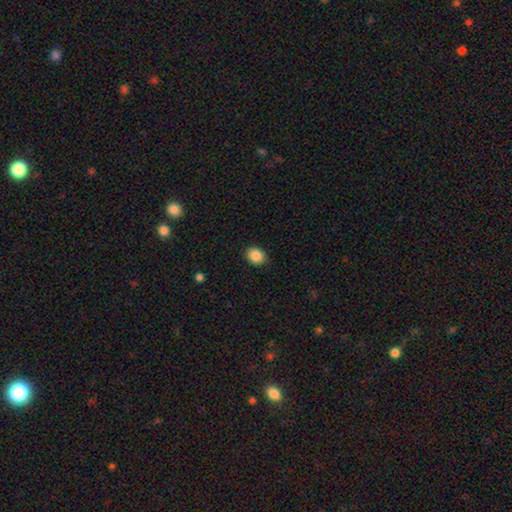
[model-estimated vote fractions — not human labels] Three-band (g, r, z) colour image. It shows a smooth galaxy with no disk features (87%) that is in between round and cigar-shaped (58%). Merging: none (89%).